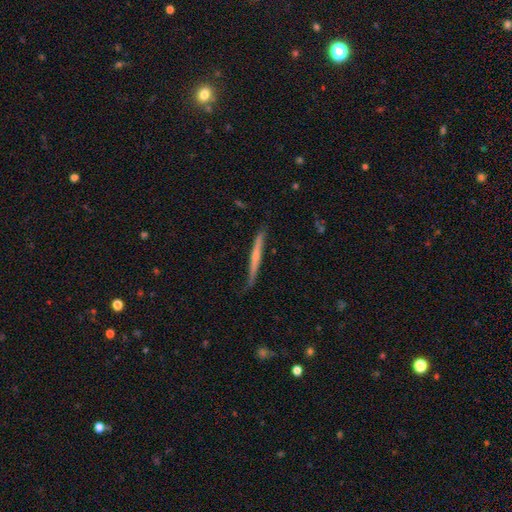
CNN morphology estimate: The model was most divided on "smooth or featured": featured or disk: 51%, smooth: 43%, star or artifact: 6%. More confident: edge-on disk — yes (96%); merging — none (78%).